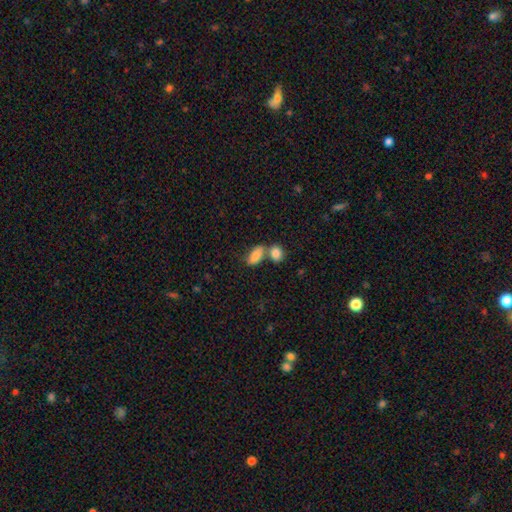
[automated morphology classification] type=smooth (84%); roundness=in between (88%); merging=merger (47%).